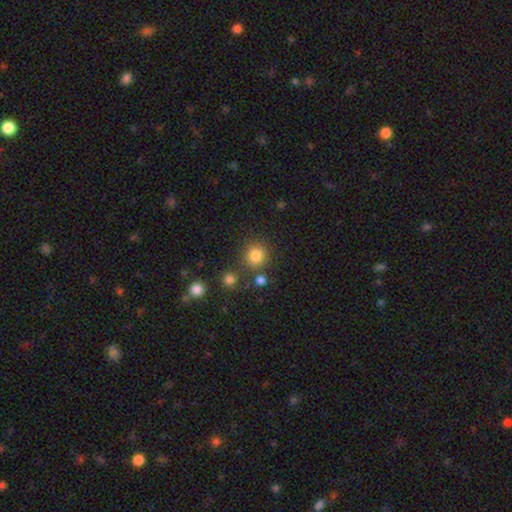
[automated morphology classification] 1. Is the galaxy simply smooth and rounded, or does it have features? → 83% smooth, 13% star or artifact, 5% featured or disk.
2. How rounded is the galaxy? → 88% round, 11% in between, 1% cigar-shaped.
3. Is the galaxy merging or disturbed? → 78% none, 9% minor disturbance, 9% merger, 4% major disturbance.